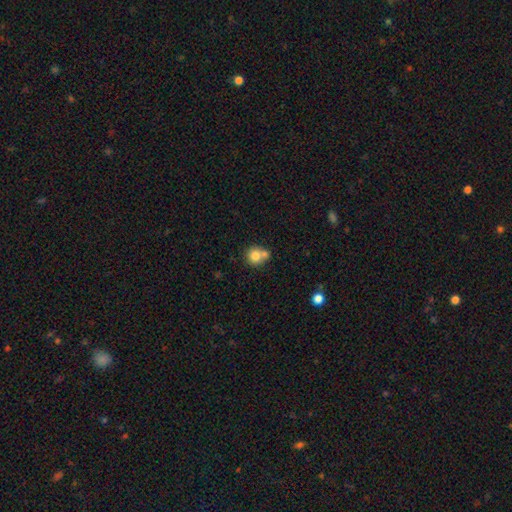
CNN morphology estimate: Q: Smooth or featured?
A: smooth (77%); runner-up: featured or disk (13%)
Q: How rounded?
A: round (84%); runner-up: in between (15%)
Q: Merging?
A: none (45%); runner-up: merger (42%)